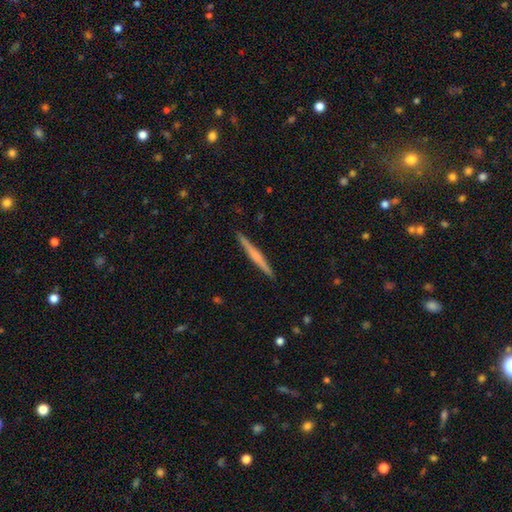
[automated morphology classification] The model was most divided on "smooth or featured": featured or disk: 54%, smooth: 41%, star or artifact: 5%. More confident: edge-on disk — yes (98%); merging — none (92%); edge-on bulge — none (56%).